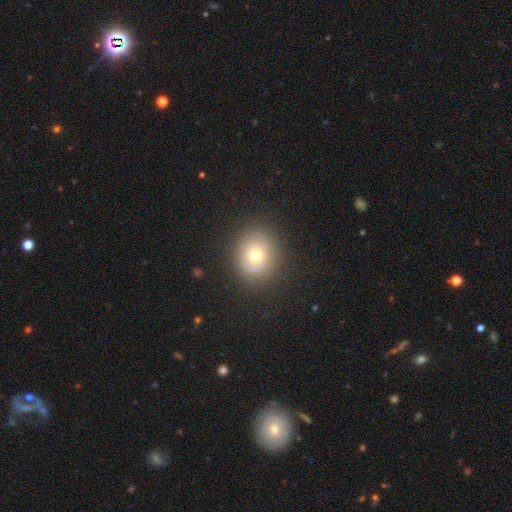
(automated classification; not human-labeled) Smooth or featured: smooth — 62% (featured or disk — 25%)
How rounded: round — 75% (in between — 24%)
Merging: none — 84% (minor disturbance — 10%)